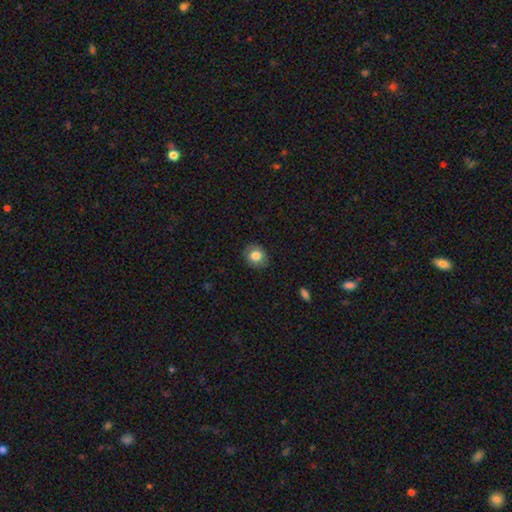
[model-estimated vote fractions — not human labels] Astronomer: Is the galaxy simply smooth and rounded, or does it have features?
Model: smooth — 79%.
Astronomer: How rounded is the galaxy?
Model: round — 68%.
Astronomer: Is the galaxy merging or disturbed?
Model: none — 86%.